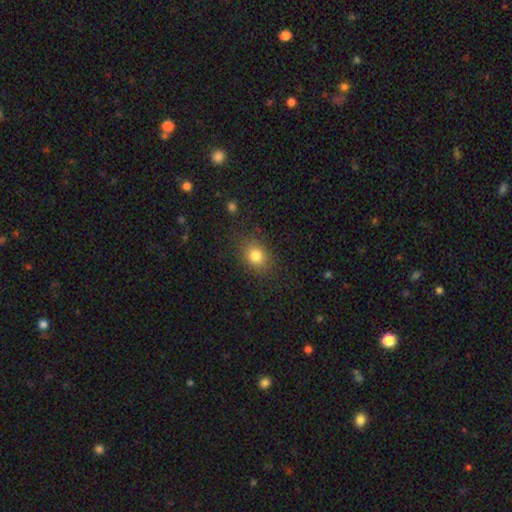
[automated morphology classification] smooth 81%, star or artifact 11%, featured or disk 7%. Down the decision tree: how rounded — in between (50%); merging — none (82%).